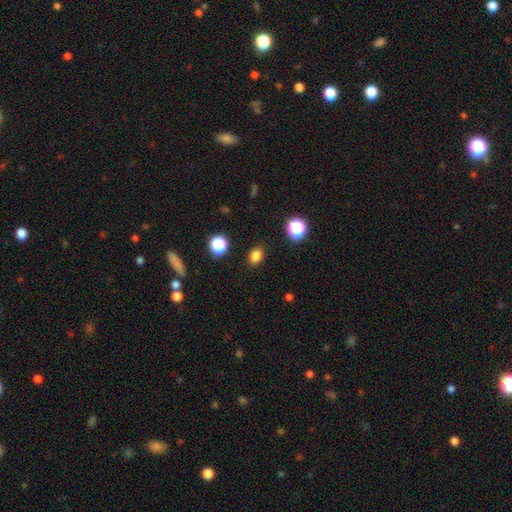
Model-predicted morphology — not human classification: Smooth or featured?
  - smooth: 82% *
  - star or artifact: 14%
  - featured or disk: 4%
How rounded?
  - in between: 60% *
  - round: 39%
  - cigar-shaped: 1%
Merging?
  - none: 88% *
  - minor disturbance: 8%
  - major disturbance: 3%
  - merger: 1%